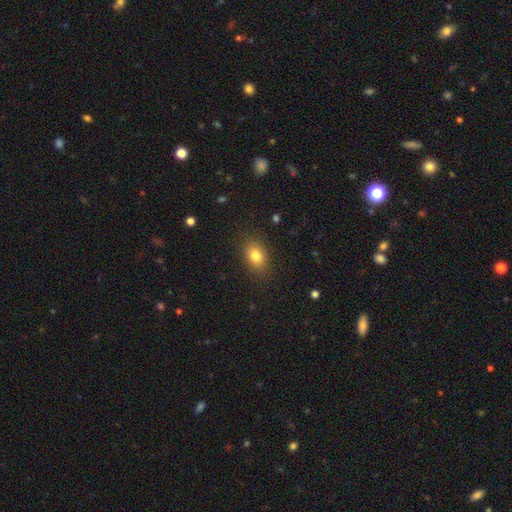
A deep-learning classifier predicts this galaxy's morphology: A smooth galaxy with no disk features (80%) that is in between round and cigar-shaped (78%). Merging: none (86%).